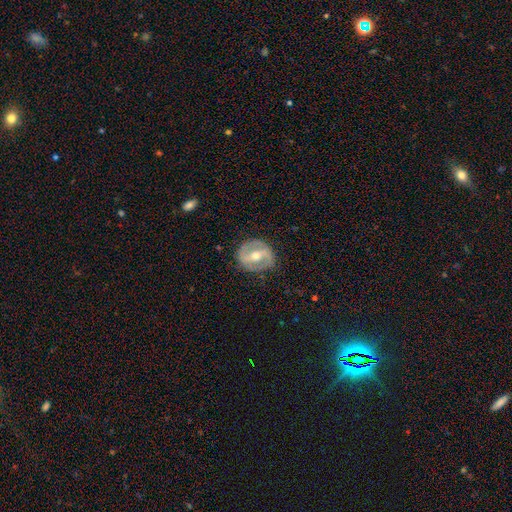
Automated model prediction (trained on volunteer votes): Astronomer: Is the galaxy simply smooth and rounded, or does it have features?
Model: featured or disk — 76%.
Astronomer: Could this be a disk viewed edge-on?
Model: no — 96%.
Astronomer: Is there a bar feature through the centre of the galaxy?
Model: strong — 51% (runner-up: weak, 34%).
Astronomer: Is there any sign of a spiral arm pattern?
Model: yes — 68%.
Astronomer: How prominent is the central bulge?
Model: moderate — 69%.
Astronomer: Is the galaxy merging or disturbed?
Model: none — 81%.